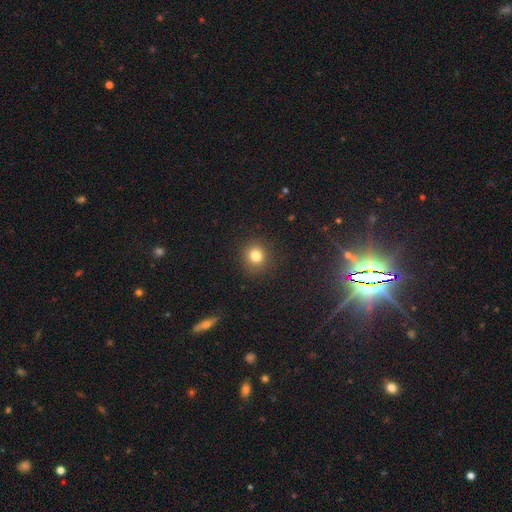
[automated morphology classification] Overall: smooth (81%). How rounded: round (87%). Merging: none (89%).